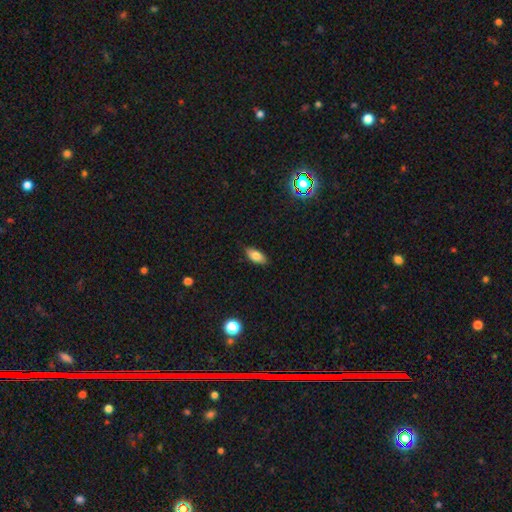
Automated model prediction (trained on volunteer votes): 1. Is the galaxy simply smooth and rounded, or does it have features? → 81% smooth, 10% featured or disk, 9% star or artifact.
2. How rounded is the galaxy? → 88% in between, 9% cigar-shaped, 3% round.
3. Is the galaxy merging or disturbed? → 87% none, 10% minor disturbance, 2% major disturbance, 1% merger.